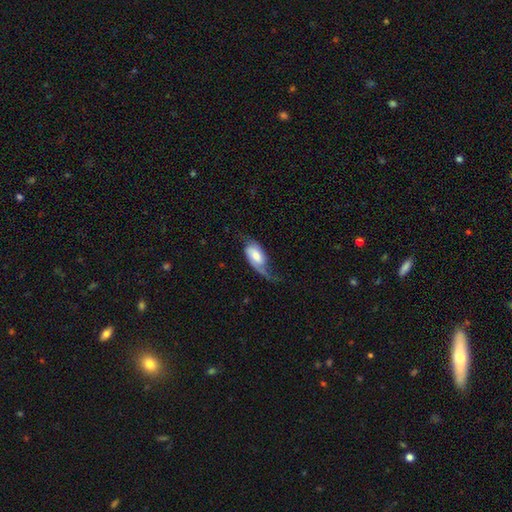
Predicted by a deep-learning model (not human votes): Smooth or featured? featured or disk (59%)
Edge-on disk? no (92%)
Bar? no (48%)
Spiral arms? yes (89%)
Bulge size? moderate (42%)
Merging? none (39%)